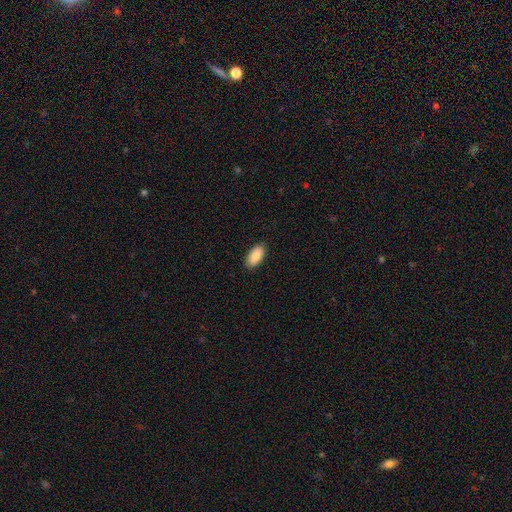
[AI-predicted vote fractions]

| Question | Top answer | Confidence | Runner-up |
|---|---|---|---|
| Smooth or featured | smooth | 89% | star or artifact (6%) |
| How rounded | in between | 93% | cigar-shaped (5%) |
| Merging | none | 89% | minor disturbance (8%) |